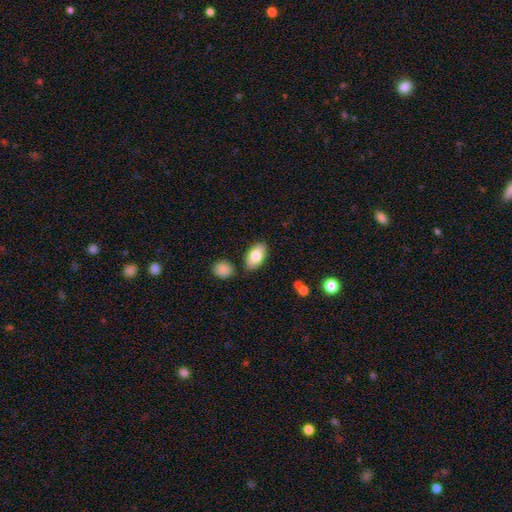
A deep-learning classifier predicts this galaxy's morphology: Q: Smooth or featured?
A: smooth (81%); runner-up: featured or disk (12%)
Q: How rounded?
A: in between (94%); runner-up: round (4%)
Q: Merging?
A: none (81%); runner-up: minor disturbance (12%)